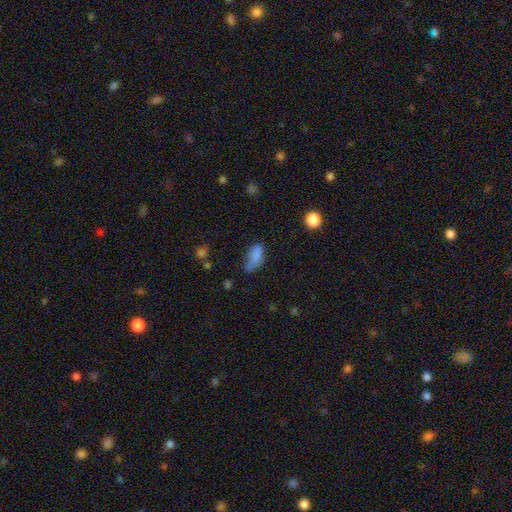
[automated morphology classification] Smooth or featured?
  - smooth: 79% *
  - featured or disk: 11%
  - star or artifact: 10%
How rounded?
  - in between: 82% *
  - cigar-shaped: 14%
  - round: 3%
Merging?
  - none: 41% *
  - minor disturbance: 38%
  - major disturbance: 16%
  - merger: 4%